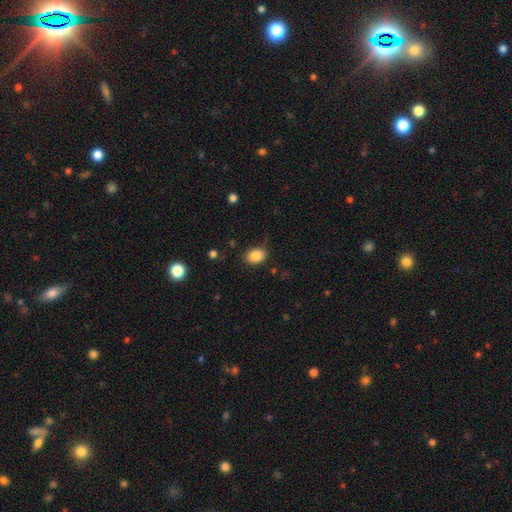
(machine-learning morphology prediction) smooth_or_featured: smooth (p=0.87) [alt: star or artifact p=0.09]
how_rounded: in between (p=0.72) [alt: round p=0.27]
merging: none (p=0.81) [alt: minor disturbance p=0.14]